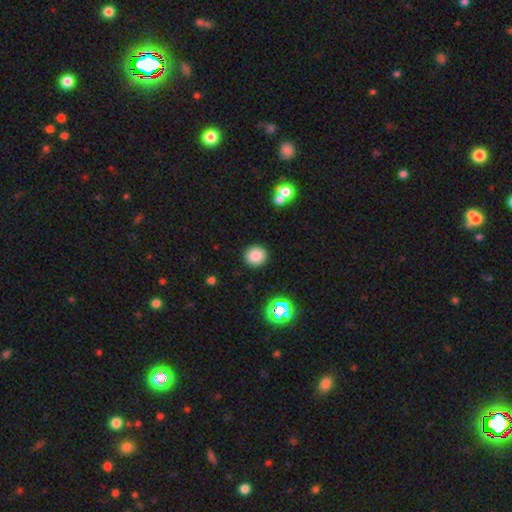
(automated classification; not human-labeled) smooth-or-featured: smooth: 82% | star or artifact: 12% | featured or disk: 6%
  how-rounded: round: 90% | in between: 9% | cigar-shaped: 1%
  merging: none: 91% | minor disturbance: 5% | major disturbance: 2% | merger: 2%